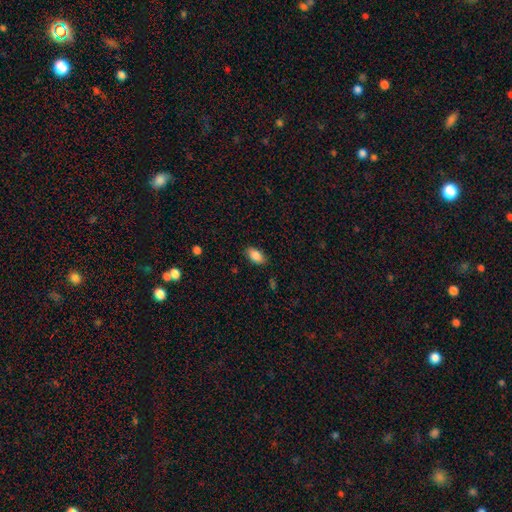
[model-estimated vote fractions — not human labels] Smooth or featured? smooth (87%)
How rounded? in between (92%)
Merging? none (86%)